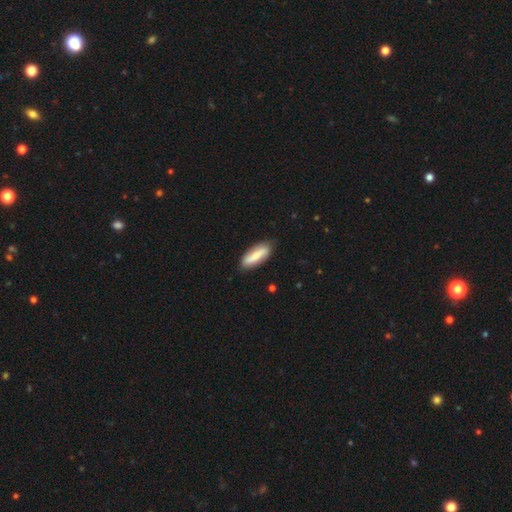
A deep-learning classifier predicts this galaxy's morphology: This appears to be a smooth galaxy with no disk features (68%) that is in between round and cigar-shaped (55%). Merging: none (83%).